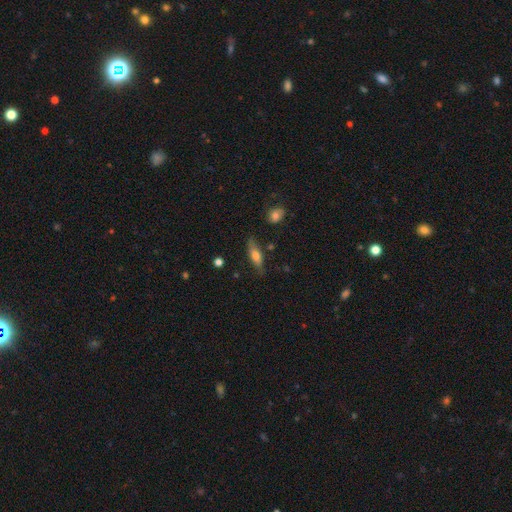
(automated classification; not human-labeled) Smooth or featured?
  - smooth: 58% *
  - featured or disk: 35%
  - star or artifact: 8%
How rounded?
  - in between: 49% *
  - cigar-shaped: 48%
  - round: 3%
Merging?
  - none: 76% *
  - minor disturbance: 17%
  - major disturbance: 4%
  - merger: 3%